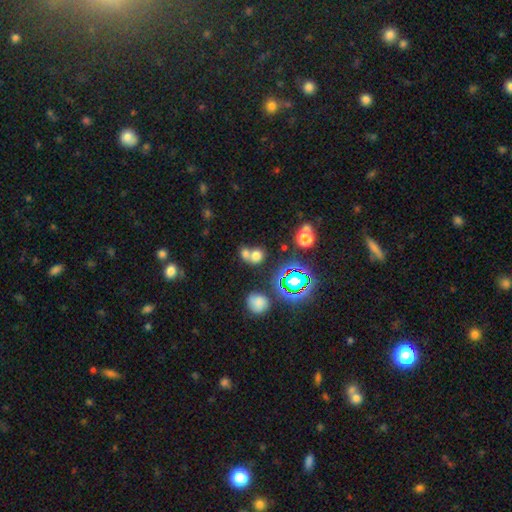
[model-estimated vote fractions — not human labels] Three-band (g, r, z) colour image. It shows a smooth galaxy with no disk features (66%) that is round (69%). Merging: merger (51%).